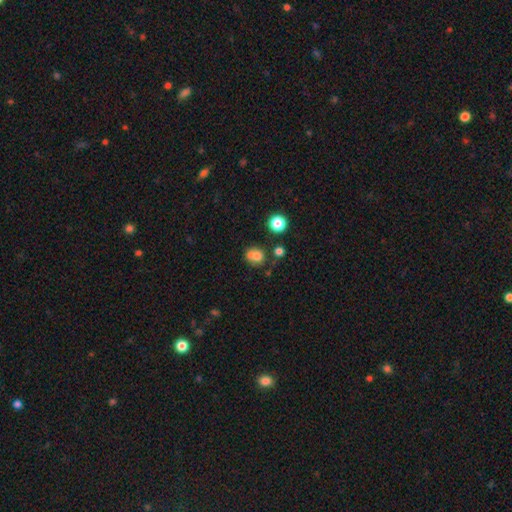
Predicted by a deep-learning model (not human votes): This is likely a smooth galaxy (76%). How rounded: likely round (69%). Merging: possibly none (52%).